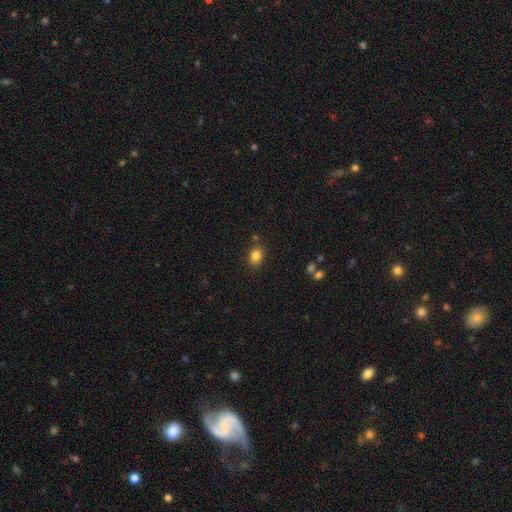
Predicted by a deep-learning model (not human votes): Morphology: type=smooth (84%); roundness=in between (62%); merging=none (83%).